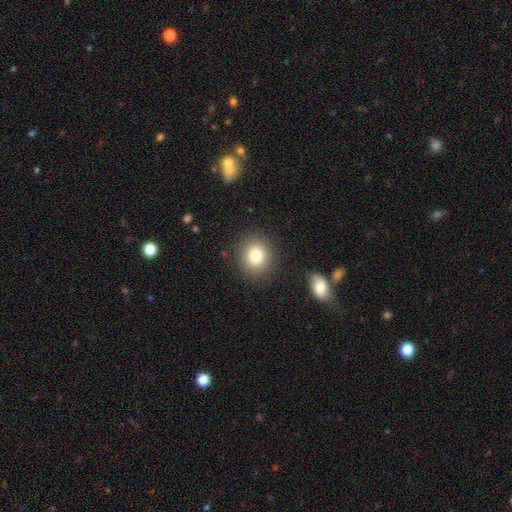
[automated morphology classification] Smooth or featured? Predicted: smooth (p=0.79). How rounded? Predicted: round (p=0.80). Merging? Predicted: none (p=0.88).